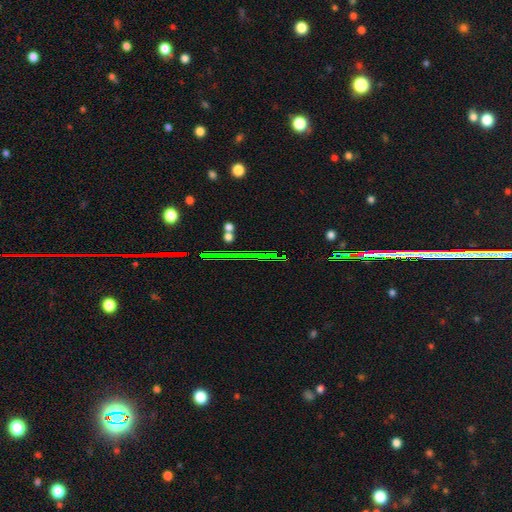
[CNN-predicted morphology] star or artifact 64%, featured or disk 21%, smooth 15%.